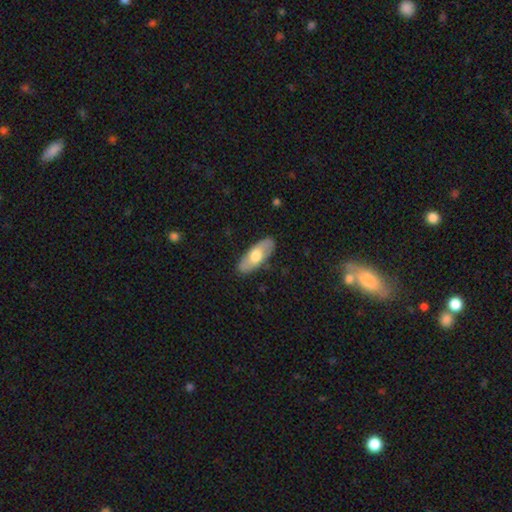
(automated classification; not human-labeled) This is possibly a smooth galaxy (54%). How rounded: likely in between (80%). Merging: clearly none (86%).